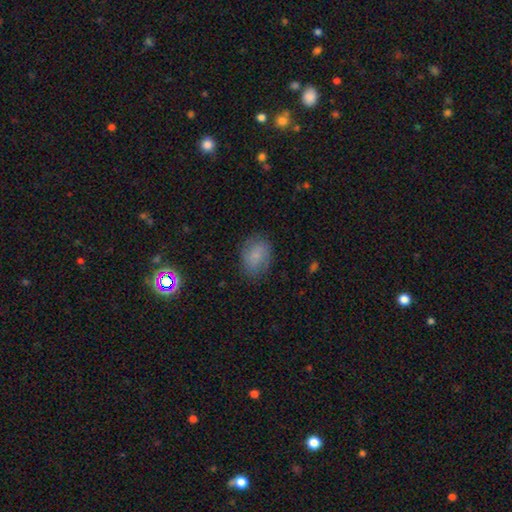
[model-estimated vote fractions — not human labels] Smooth or featured: smooth — 74% (featured or disk — 15%)
How rounded: in between — 67% (round — 32%)
Merging: none — 77% (minor disturbance — 17%)